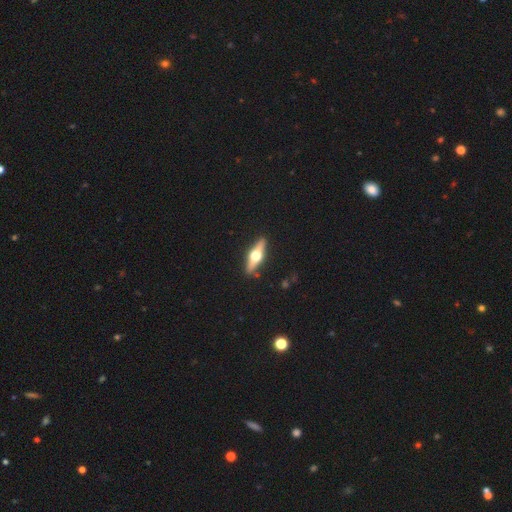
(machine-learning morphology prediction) Smooth or featured: featured or disk — 67% (smooth — 27%)
Edge-on disk: yes — 95% (no — 5%)
Edge-on bulge: rounded — 97% (boxy — 2%)
Merging: none — 90% (minor disturbance — 7%)